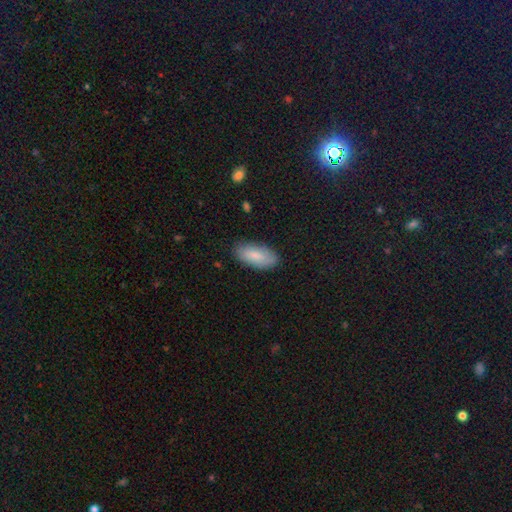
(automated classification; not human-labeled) Smooth or featured? Predicted: smooth (p=0.84). How rounded? Predicted: in between (p=0.89). Merging? Predicted: none (p=0.85).